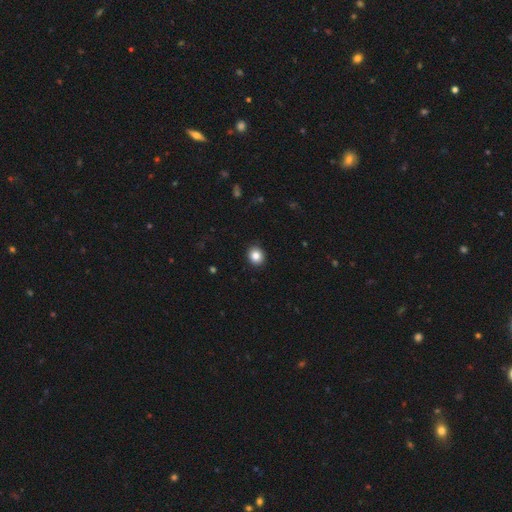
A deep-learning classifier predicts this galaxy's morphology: Smooth or featured? smooth (85%)
How rounded? round (78%)
Merging? none (92%)